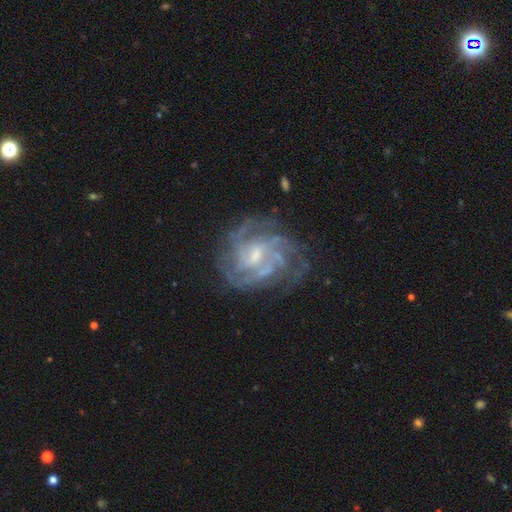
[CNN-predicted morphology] The model was most divided on "spiral arm count": can't tell: 27%, 4: 26%, 3: 23%, 2: 11%, more than 4: 6%, 1: 5%. More confident: edge-on disk — no (98%); spiral arms — yes (95%); smooth or featured — featured or disk (88%); merging — none (69%); spiral winding — tight (55%); bulge size — small (51%); bar — weak (50%).